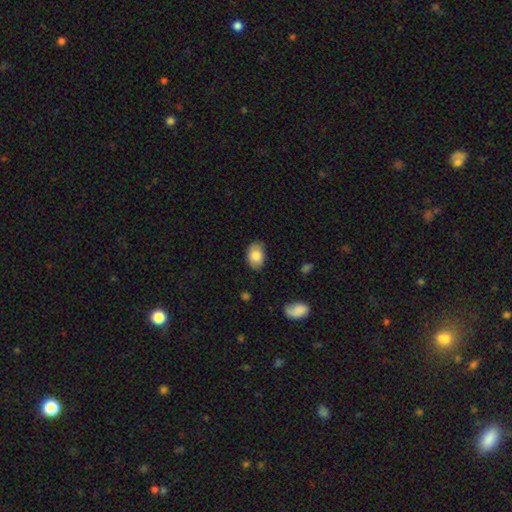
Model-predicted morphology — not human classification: Q: Smooth or featured?
A: smooth (82%); runner-up: featured or disk (11%)
Q: How rounded?
A: in between (85%); runner-up: round (13%)
Q: Merging?
A: none (75%); runner-up: minor disturbance (20%)